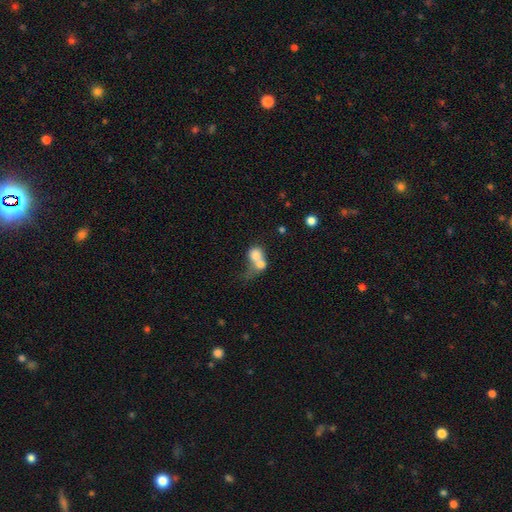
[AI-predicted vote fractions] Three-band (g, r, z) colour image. It shows a smooth galaxy with no disk features (70%) that is round (61%). Merging: merger (72%).